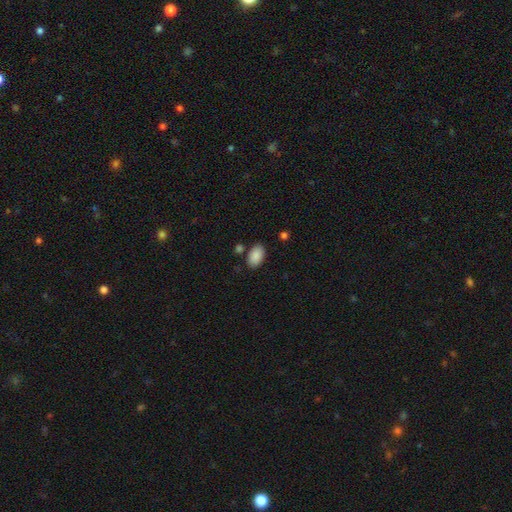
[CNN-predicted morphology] smooth_or_featured: smooth (p=0.89) [alt: star or artifact p=0.07]
how_rounded: in between (p=0.93) [alt: round p=0.05]
merging: none (p=0.82) [alt: minor disturbance p=0.11]